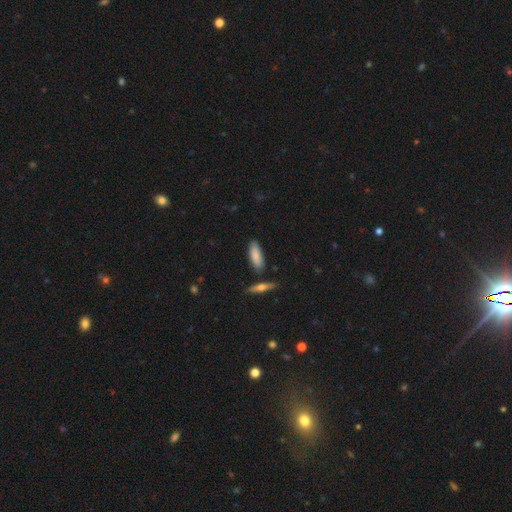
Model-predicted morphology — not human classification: smooth_or_featured: smooth (p=0.82) [alt: featured or disk p=0.12]
how_rounded: in between (p=0.68) [alt: cigar-shaped p=0.30]
merging: none (p=0.77) [alt: minor disturbance p=0.14]